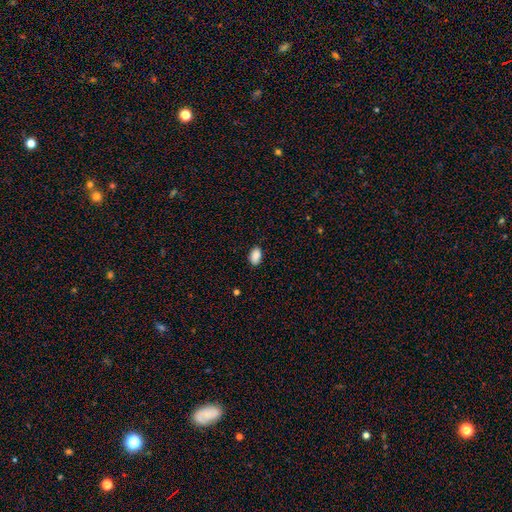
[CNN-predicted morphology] Smooth or featured: smooth — 89% (star or artifact — 8%)
How rounded: in between — 90% (round — 9%)
Merging: none — 84% (minor disturbance — 13%)